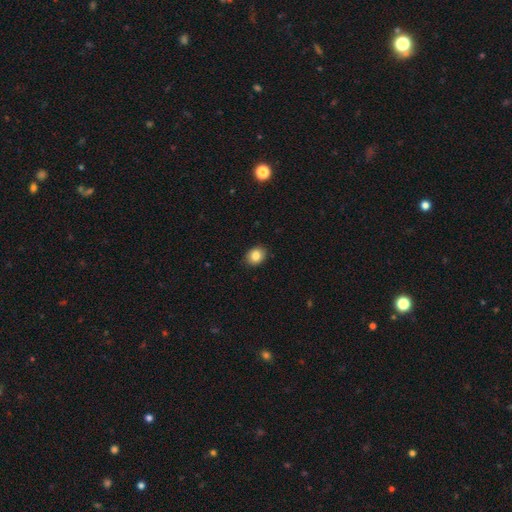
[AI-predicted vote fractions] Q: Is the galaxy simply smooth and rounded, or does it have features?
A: smooth — 85%.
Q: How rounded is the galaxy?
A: round — 52%.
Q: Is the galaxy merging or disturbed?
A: none — 90%.